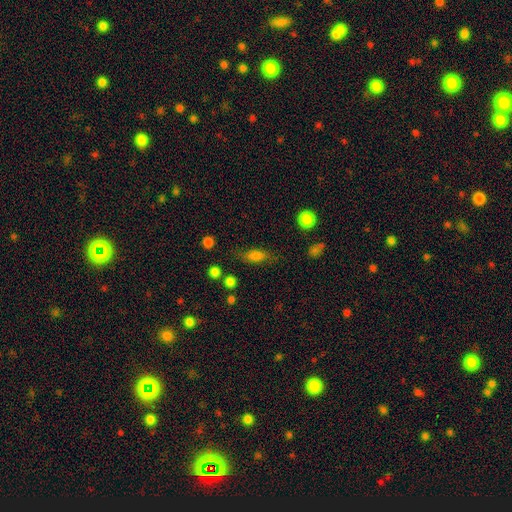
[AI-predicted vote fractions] Smooth or featured? smooth (75%)
How rounded? in between (69%)
Merging? none (72%)